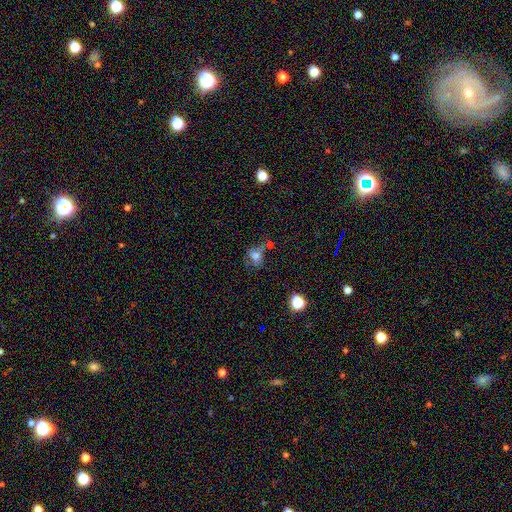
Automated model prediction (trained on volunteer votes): Smooth or featured? Predicted: smooth (p=0.66). How rounded? Predicted: round (p=0.54). Merging? Predicted: none (p=0.41).